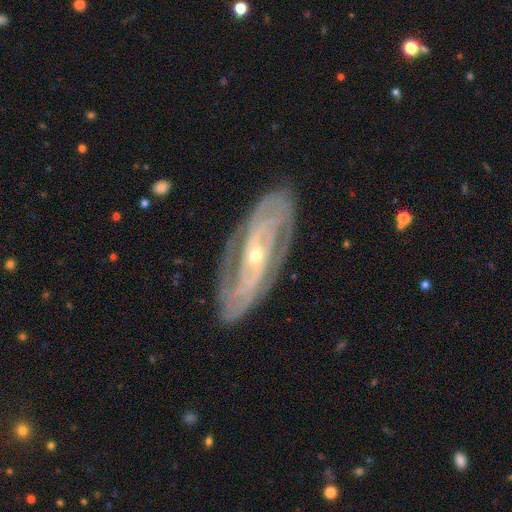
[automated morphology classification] smooth_or_featured: featured or disk (p=0.87) [alt: smooth p=0.06]
disk_edge_on: no (p=0.89) [alt: yes p=0.11]
bar: no (p=0.42) [alt: weak p=0.33]
has_spiral_arms: yes (p=0.96) [alt: no p=0.04]
spiral_winding: tight (p=0.65) [alt: medium p=0.28]
spiral_arm_count: 2 (p=0.40) [alt: can't tell p=0.24]
bulge_size: small (p=0.67) [alt: moderate p=0.30]
merging: none (p=0.83) [alt: minor disturbance p=0.12]